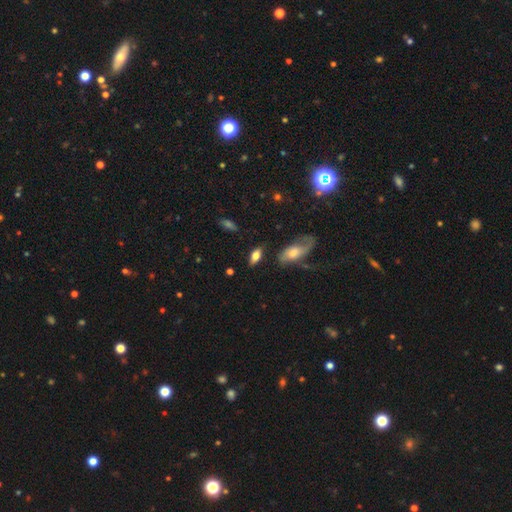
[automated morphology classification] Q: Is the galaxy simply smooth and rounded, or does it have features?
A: smooth — 70%.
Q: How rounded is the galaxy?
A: in between — 84%.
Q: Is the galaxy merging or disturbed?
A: none — 77%.